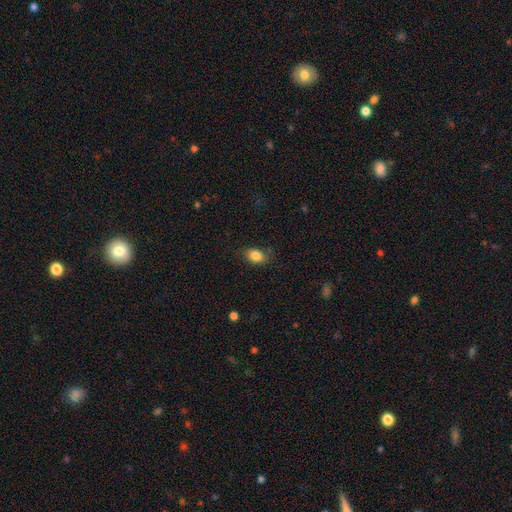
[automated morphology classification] smooth-or-featured: smooth: 85% | star or artifact: 9% | featured or disk: 6%
  how-rounded: in between: 76% | round: 23% | cigar-shaped: 1%
  merging: none: 76% | minor disturbance: 18% | major disturbance: 5% | merger: 1%